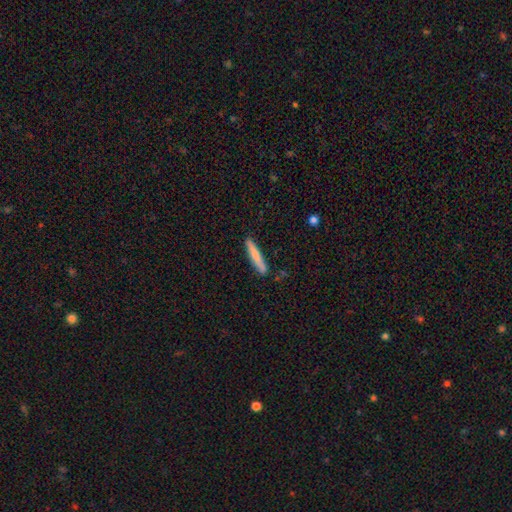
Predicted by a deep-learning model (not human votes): This appears to be a smooth galaxy with no disk features (71%) that is cigar-shaped (94%). Merging: none (87%).